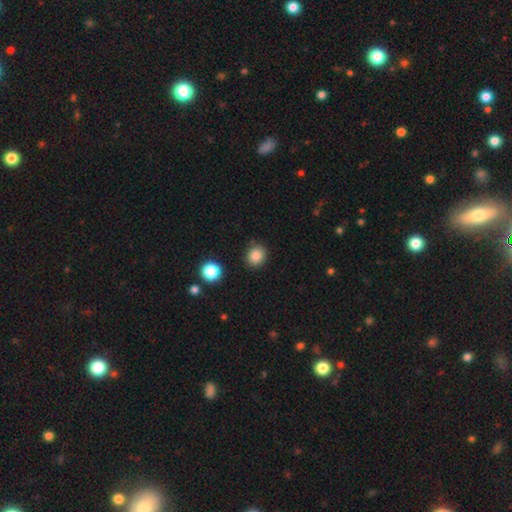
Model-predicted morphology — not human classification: smooth_or_featured: smooth (p=0.85) [alt: star or artifact p=0.10]
how_rounded: round (p=0.72) [alt: in between p=0.27]
merging: none (p=0.86) [alt: minor disturbance p=0.09]